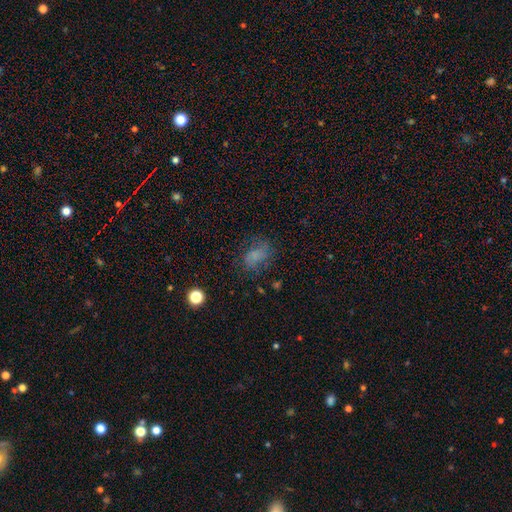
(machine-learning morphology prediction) Overall: smooth (60%; featured or disk 22%). How rounded: in between (75%). Merging: none (60%; minor disturbance 23%).